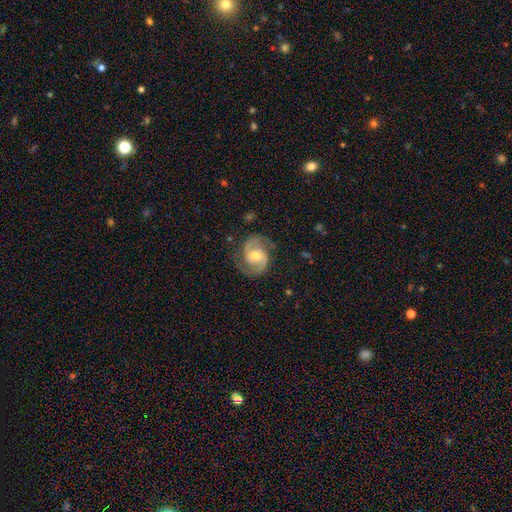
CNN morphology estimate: Smooth or featured? featured or disk (88%)
Edge-on disk? no (98%)
Bar? no (50%)
Spiral arms? yes (97%)
Spiral winding? medium (57%)
Spiral arm count? 2 (93%)
Bulge size? moderate (68%)
Merging? none (79%)